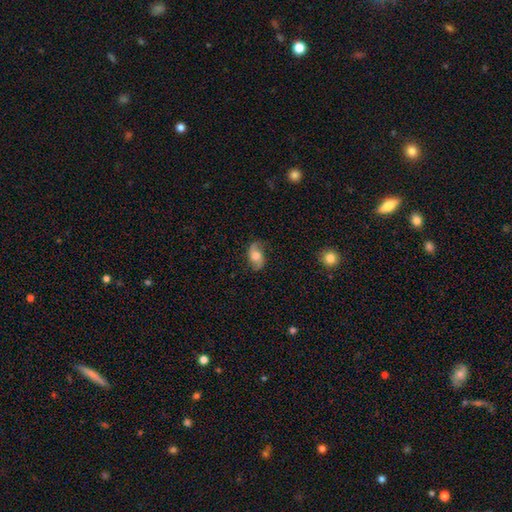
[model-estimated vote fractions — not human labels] Smooth or featured? Predicted: featured or disk (p=0.52). Edge-on disk? Predicted: no (p=0.94). Merging? Predicted: none (p=0.74).